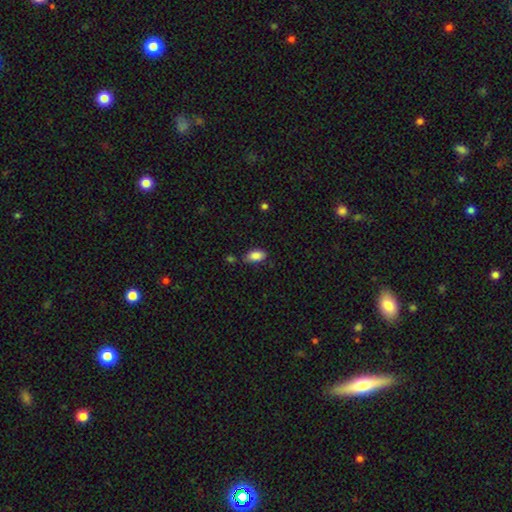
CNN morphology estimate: The model was most divided on "merging": none: 69%, minor disturbance: 22%, merger: 5%, major disturbance: 4%. More confident: how rounded — in between (93%); smooth or featured — smooth (87%).